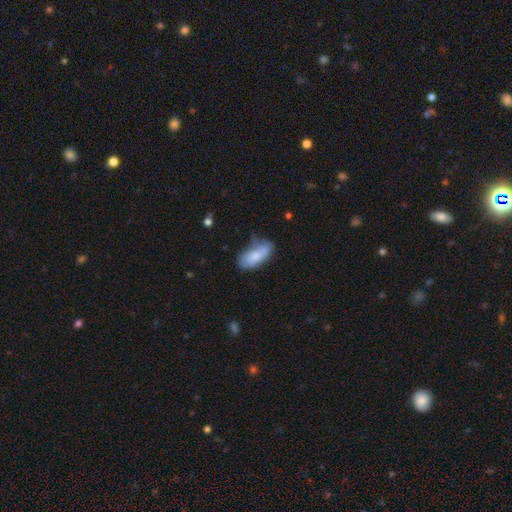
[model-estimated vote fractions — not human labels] A smooth galaxy with no disk features (74%) that is in between round and cigar-shaped (87%).

Vote fractions:
- Smooth or featured? smooth: 74% / featured or disk: 19% / star or artifact: 7%
- How rounded? in between: 87% / cigar-shaped: 11% / round: 2%
- Merging? none: 49% / minor disturbance: 31% / major disturbance: 10% / merger: 10%